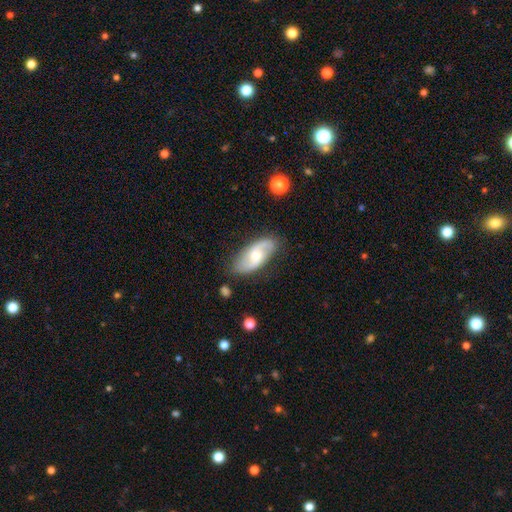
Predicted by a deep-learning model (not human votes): Q: Smooth or featured?
A: featured or disk (69%); runner-up: smooth (25%)
Q: Edge-on disk?
A: no (93%); runner-up: yes (7%)
Q: Bar?
A: no (61%); runner-up: weak (32%)
Q: Spiral arms?
A: yes (88%); runner-up: no (12%)
Q: Spiral winding?
A: loose (44%); runner-up: medium (38%)
Q: Spiral arm count?
A: 2 (84%); runner-up: can't tell (9%)
Q: Bulge size?
A: moderate (64%); runner-up: small (31%)
Q: Merging?
A: none (79%); runner-up: minor disturbance (16%)